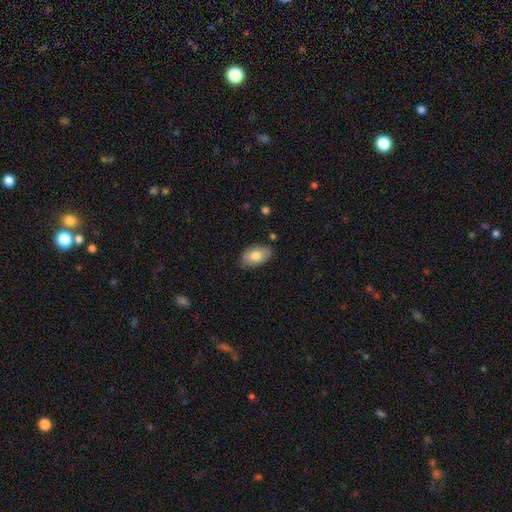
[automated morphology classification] Smooth or featured?
  - smooth: 78% *
  - featured or disk: 16%
  - star or artifact: 7%
How rounded?
  - in between: 92% *
  - round: 6%
  - cigar-shaped: 1%
Merging?
  - none: 82% *
  - minor disturbance: 14%
  - major disturbance: 2%
  - merger: 2%